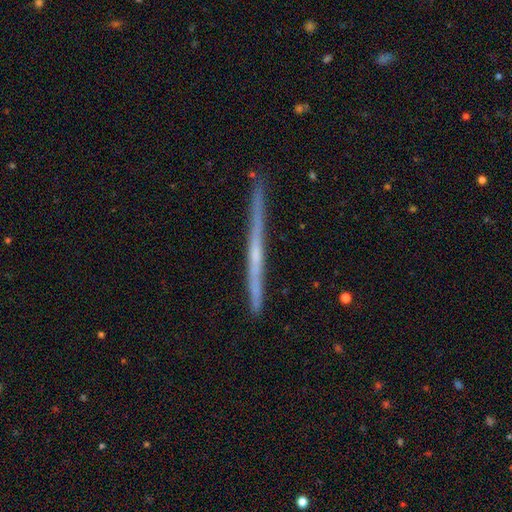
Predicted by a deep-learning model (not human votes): Smooth or featured? Predicted: featured or disk (p=0.71). Edge-on disk? Predicted: yes (p=0.98). Edge-on bulge? Predicted: none (p=0.69). Merging? Predicted: none (p=0.89).